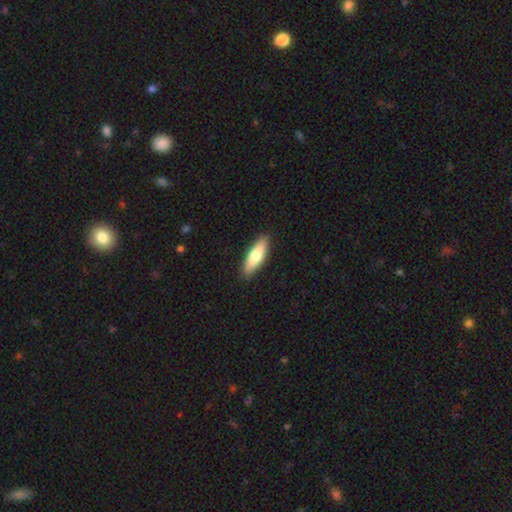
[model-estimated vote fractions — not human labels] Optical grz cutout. It shows a smooth galaxy with no disk features (70%) that is cigar-shaped (55%). Merging: none (89%).